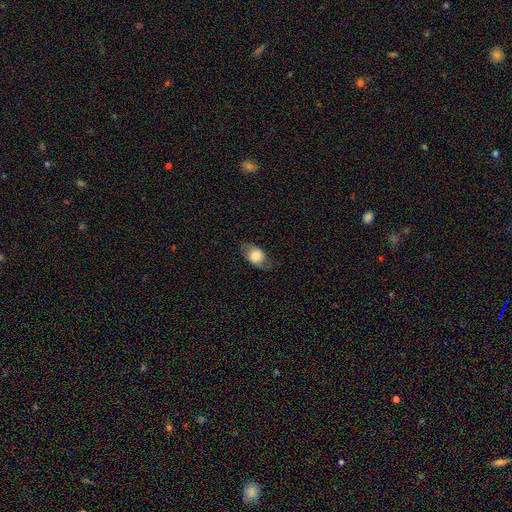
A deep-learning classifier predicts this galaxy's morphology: smooth-or-featured: smooth: 58% | featured or disk: 34% | star or artifact: 8%
  how-rounded: in between: 72% | round: 26% | cigar-shaped: 2%
  merging: none: 72% | minor disturbance: 18% | major disturbance: 9% | merger: 1%